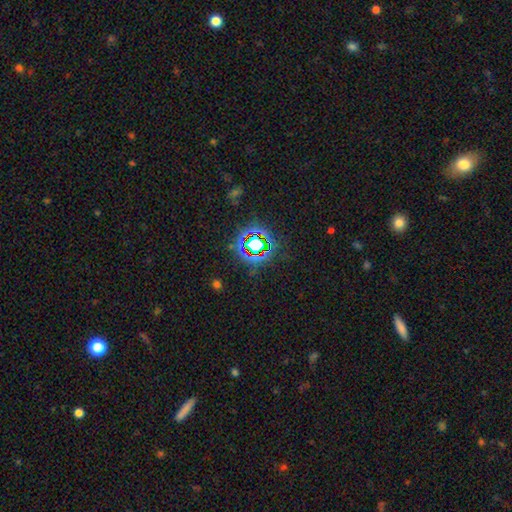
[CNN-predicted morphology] smooth-or-featured: star or artifact: 79% | smooth: 12% | featured or disk: 9%